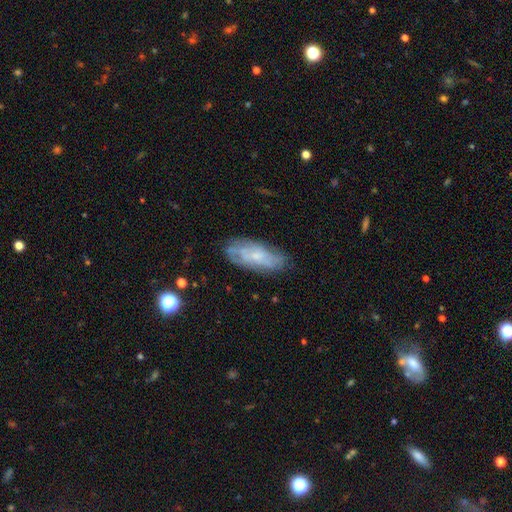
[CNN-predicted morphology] Smooth or featured?
  - featured or disk: 57% *
  - smooth: 35%
  - star or artifact: 8%
Edge-on disk?
  - no: 85% *
  - yes: 15%
Merging?
  - none: 73% *
  - minor disturbance: 19%
  - major disturbance: 6%
  - merger: 2%